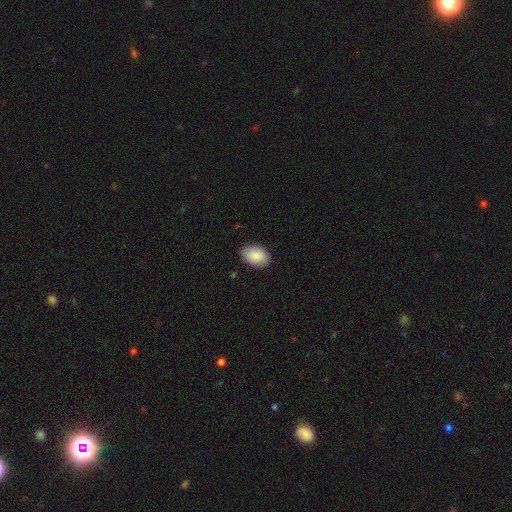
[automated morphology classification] smooth 89%, star or artifact 6%, featured or disk 5%. Down the decision tree: how rounded — in between (85%); merging — none (88%).